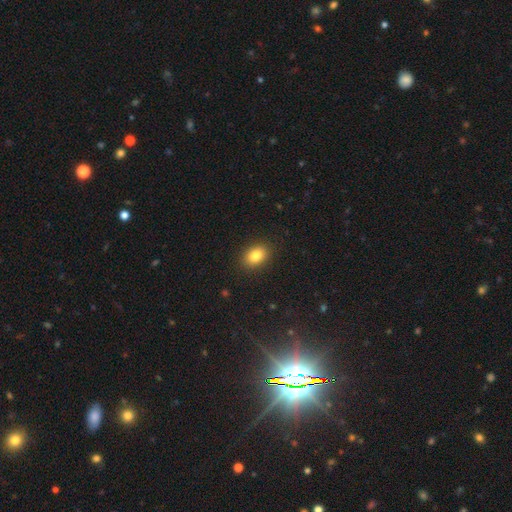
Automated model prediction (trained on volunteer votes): smooth-or-featured: smooth: 83% | star or artifact: 9% | featured or disk: 8%
  how-rounded: in between: 75% | round: 24% | cigar-shaped: 1%
  merging: none: 89% | minor disturbance: 8% | major disturbance: 2% | merger: 1%